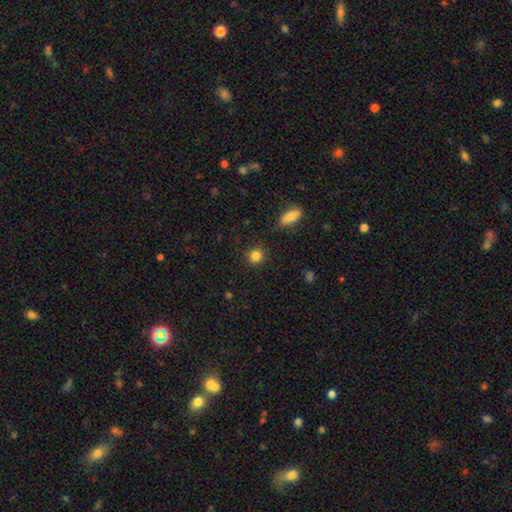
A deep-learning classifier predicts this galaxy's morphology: This appears to be a smooth galaxy with no disk features (85%) that is round (88%). Merging: none (88%).